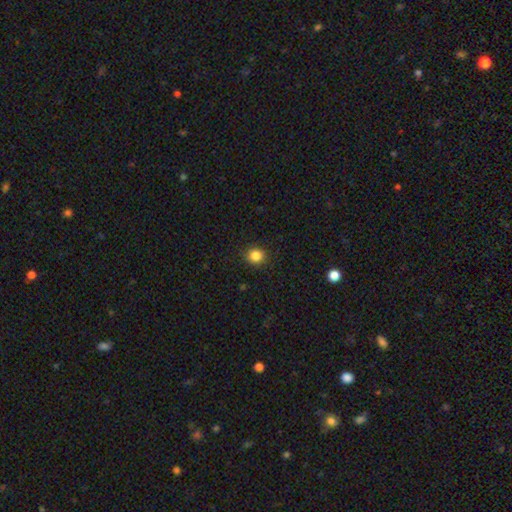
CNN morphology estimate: A smooth galaxy with no disk features (85%) that is round (86%).

Vote fractions:
- Smooth or featured? smooth: 85% / star or artifact: 11% / featured or disk: 4%
- How rounded? round: 86% / in between: 13% / cigar-shaped: 1%
- Merging? none: 90% / minor disturbance: 7% / major disturbance: 2% / merger: 1%